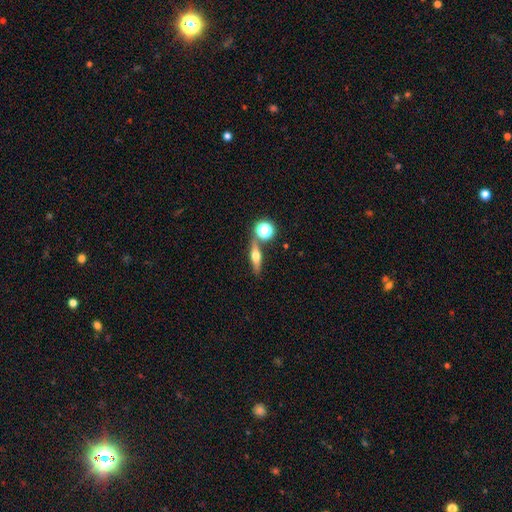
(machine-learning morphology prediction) A featured or disk galaxy (55%) viewed edge-on (92%) with a rounded central bulge (94%). Merging: none (75%).